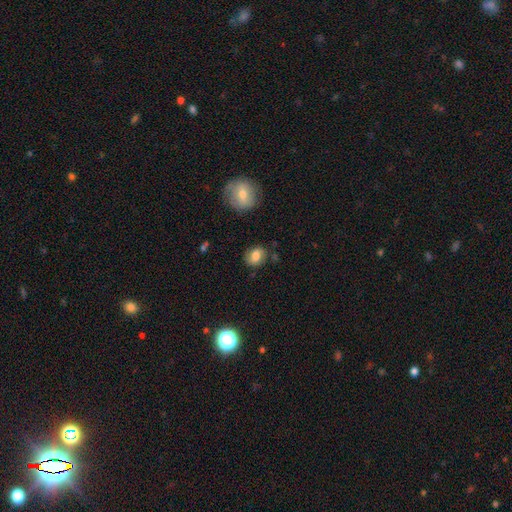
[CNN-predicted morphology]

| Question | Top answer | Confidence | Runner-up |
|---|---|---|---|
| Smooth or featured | smooth | 73% | featured or disk (18%) |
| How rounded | in between | 53% | round (46%) |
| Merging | none | 75% | minor disturbance (18%) |